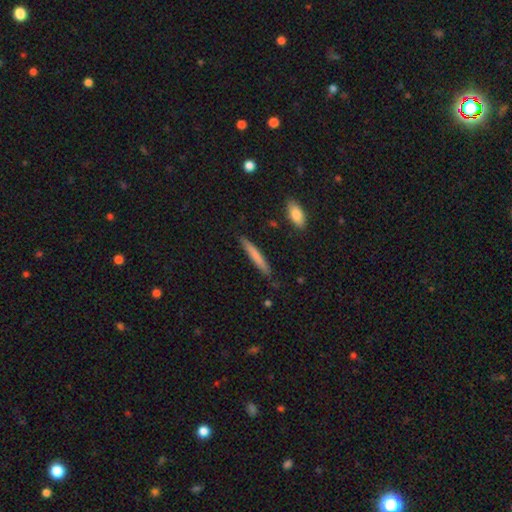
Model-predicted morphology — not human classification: Smooth or featured? smooth (73%)
How rounded? cigar-shaped (94%)
Merging? none (88%)